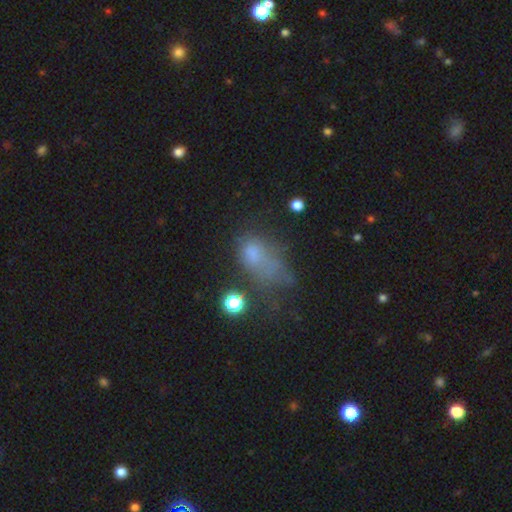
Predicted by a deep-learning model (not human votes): The model was most divided on "merging": major disturbance: 43%, none: 23%, minor disturbance: 22%, merger: 12%. More confident: how rounded — in between (78%); smooth or featured — smooth (56%).